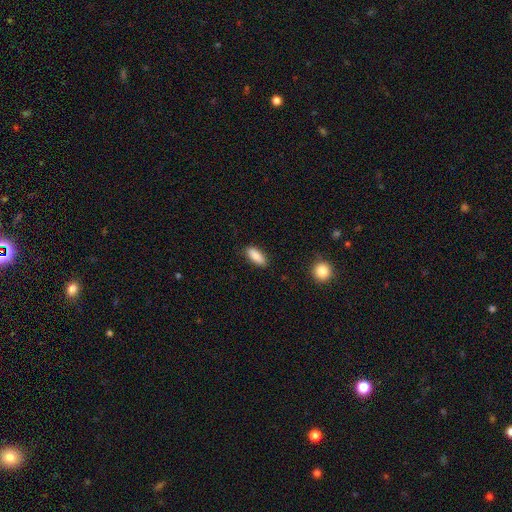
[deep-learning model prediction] smooth_or_featured: smooth (p=0.86) [alt: featured or disk p=0.07]
how_rounded: in between (p=0.75) [alt: cigar-shaped p=0.22]
merging: none (p=0.85) [alt: minor disturbance p=0.12]